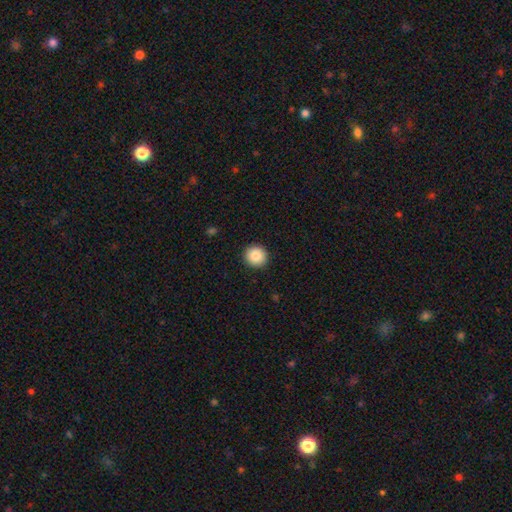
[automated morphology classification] smooth-or-featured: smooth: 86% | star or artifact: 9% | featured or disk: 5%
  how-rounded: round: 94% | in between: 5% | cigar-shaped: 1%
  merging: none: 93% | minor disturbance: 5% | major disturbance: 2% | merger: 1%